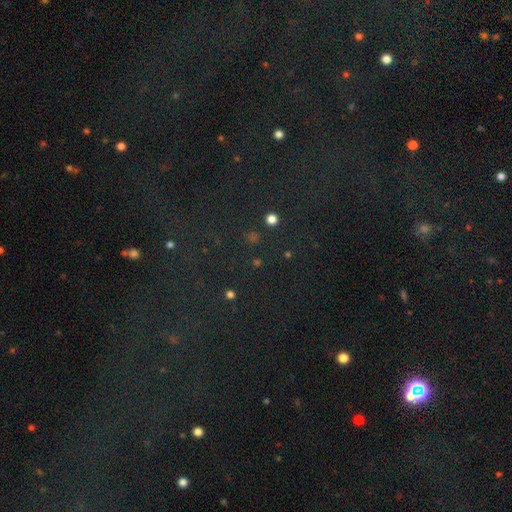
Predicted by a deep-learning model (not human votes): Smooth or featured?
  - star or artifact: 78% *
  - smooth: 13%
  - featured or disk: 9%